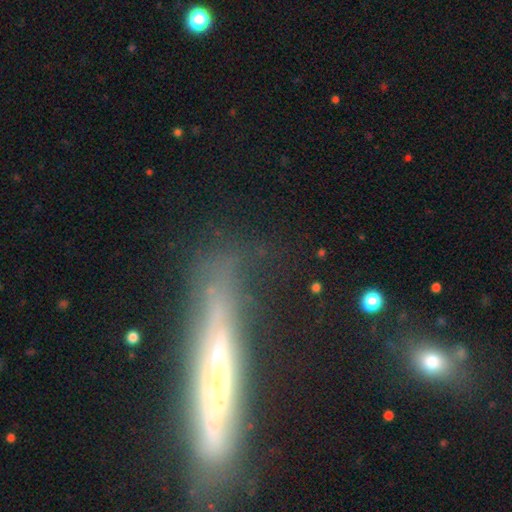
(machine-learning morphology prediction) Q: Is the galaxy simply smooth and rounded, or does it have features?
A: featured or disk — 66%.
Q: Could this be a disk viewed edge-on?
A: yes — 78%.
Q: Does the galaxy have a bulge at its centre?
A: none — 67%.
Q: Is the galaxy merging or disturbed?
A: none — 61%.